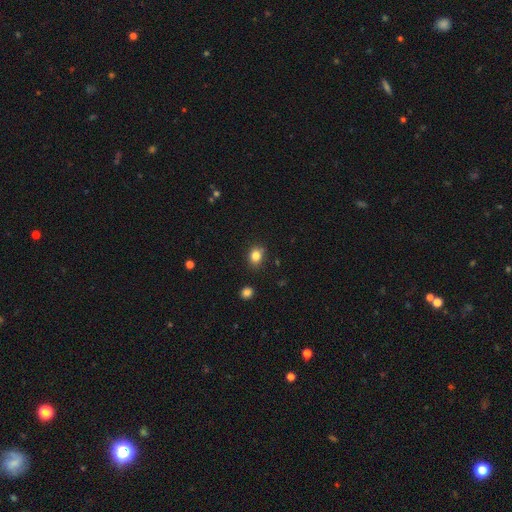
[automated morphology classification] Smooth or featured? Predicted: smooth (p=0.83). How rounded? Predicted: round (p=0.52). Merging? Predicted: none (p=0.83).